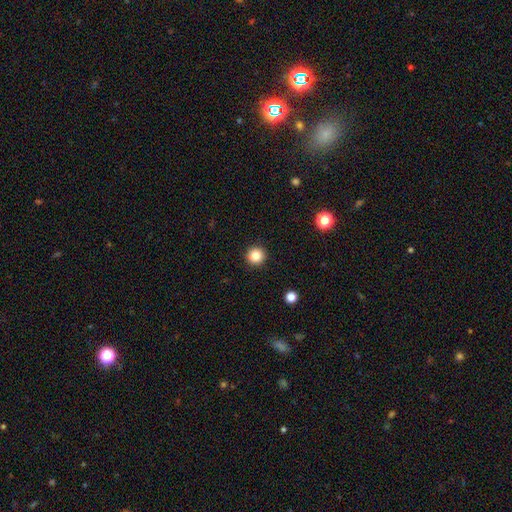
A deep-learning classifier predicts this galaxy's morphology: This appears to be a smooth galaxy with no disk features (85%) that is round (96%). Merging: none (93%).